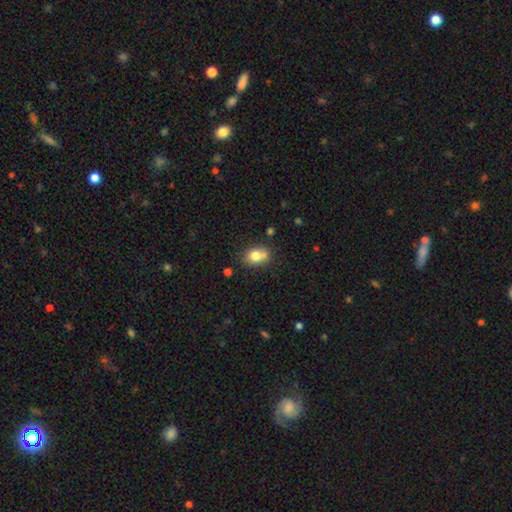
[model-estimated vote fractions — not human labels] smooth-or-featured: smooth: 77% | featured or disk: 13% | star or artifact: 10%
  how-rounded: in between: 58% | round: 41% | cigar-shaped: 1%
  merging: none: 56% | merger: 22% | minor disturbance: 17% | major disturbance: 5%